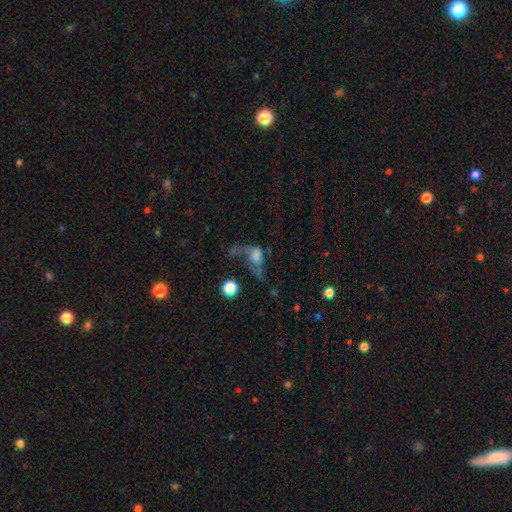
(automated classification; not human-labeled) smooth_or_featured: smooth (p=0.46) [alt: featured or disk p=0.37]
merging: major disturbance (p=0.54) [alt: none p=0.17]